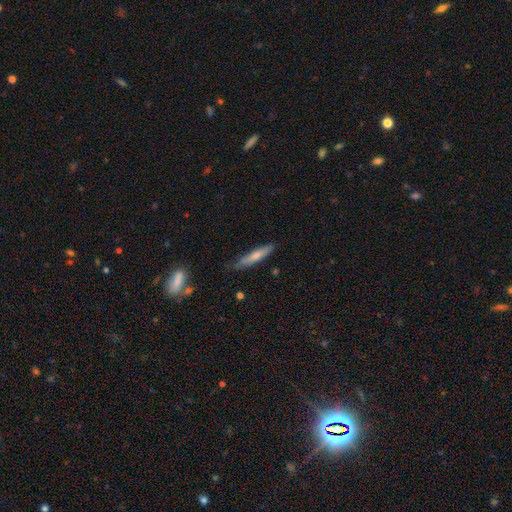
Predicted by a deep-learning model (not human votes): The model was most divided on "smooth or featured": smooth: 68%, featured or disk: 27%, star or artifact: 6%. More confident: how rounded — cigar-shaped (88%); merging — none (72%).